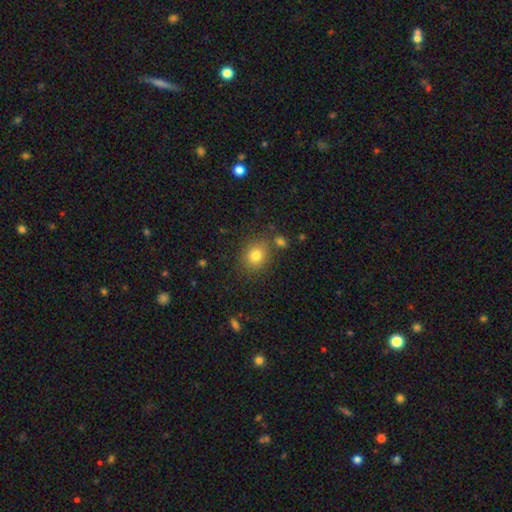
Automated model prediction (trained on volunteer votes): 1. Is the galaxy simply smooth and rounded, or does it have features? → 80% smooth, 12% star or artifact, 8% featured or disk.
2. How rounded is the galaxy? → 65% round, 34% in between, 1% cigar-shaped.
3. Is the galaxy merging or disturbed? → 78% none, 11% minor disturbance, 7% merger, 4% major disturbance.